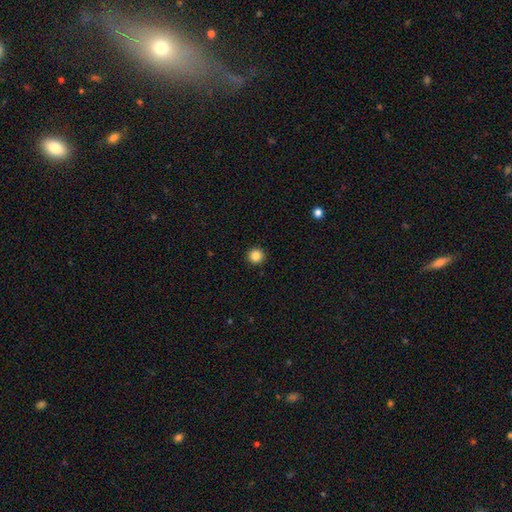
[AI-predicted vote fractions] Morphology: type=smooth (85%); roundness=round (96%); merging=none (93%).